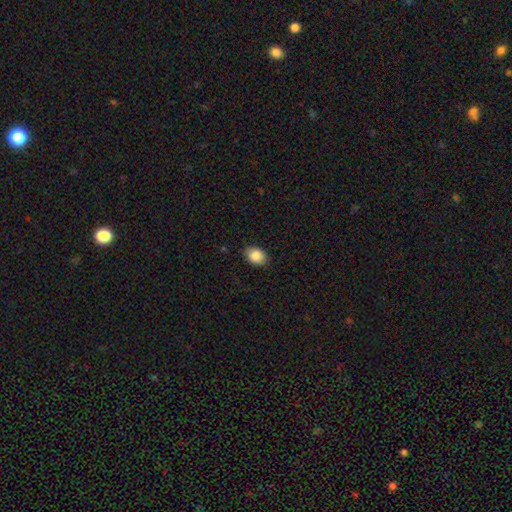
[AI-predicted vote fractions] Overall: smooth (87%). How rounded: in between (77%). Merging: none (85%).